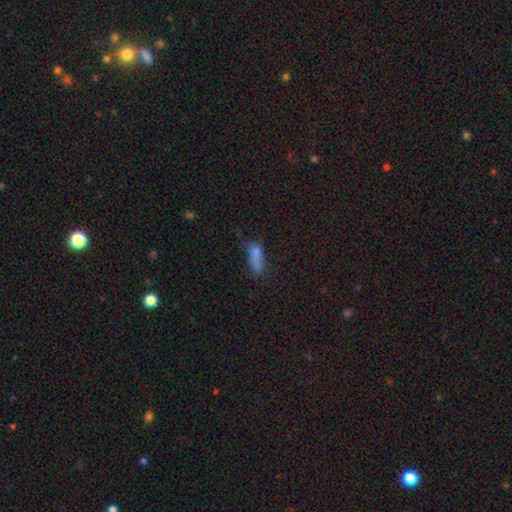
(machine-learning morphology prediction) smooth_or_featured: smooth (p=0.69) [alt: featured or disk p=0.17]
how_rounded: in between (p=0.71) [alt: cigar-shaped p=0.24]
merging: none (p=0.31) [alt: minor disturbance p=0.25]